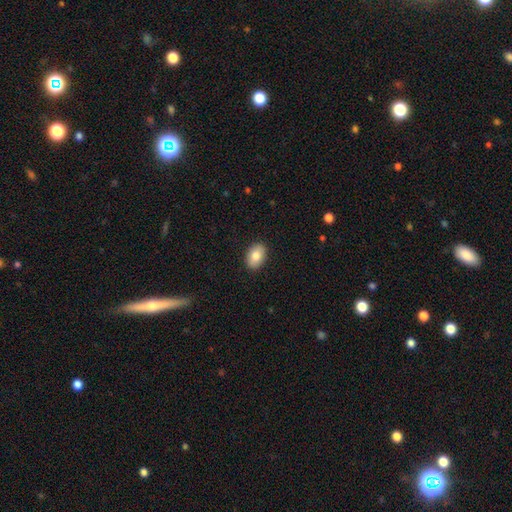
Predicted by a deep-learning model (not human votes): Q: Smooth or featured?
A: smooth (83%); runner-up: featured or disk (10%)
Q: How rounded?
A: in between (86%); runner-up: round (13%)
Q: Merging?
A: none (90%); runner-up: minor disturbance (8%)